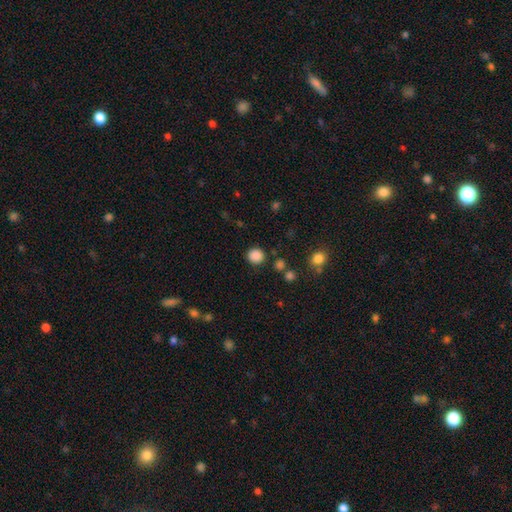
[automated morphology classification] The model was most divided on "smooth or featured": smooth: 86%, star or artifact: 11%, featured or disk: 3%. More confident: how rounded — round (90%); merging — none (86%).